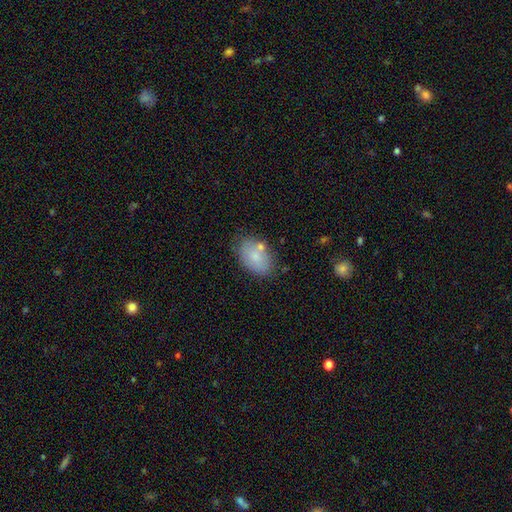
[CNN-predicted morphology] smooth 75%, featured or disk 18%, star or artifact 8%. Down the decision tree: how rounded — in between (89%); merging — none (66%).